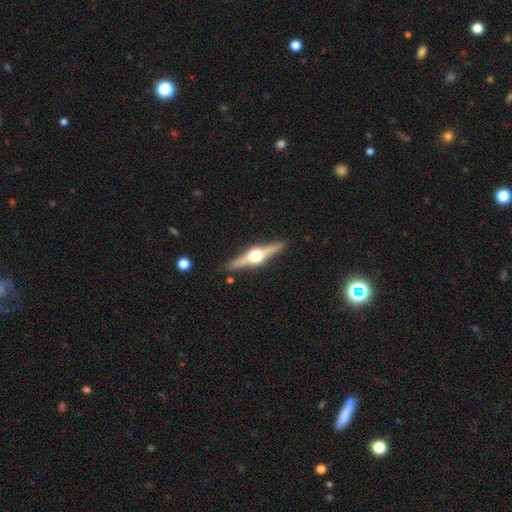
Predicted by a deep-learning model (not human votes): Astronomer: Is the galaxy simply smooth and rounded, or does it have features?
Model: featured or disk — 84%.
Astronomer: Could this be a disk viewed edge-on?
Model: yes — 98%.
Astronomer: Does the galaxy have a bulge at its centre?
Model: rounded — 96%.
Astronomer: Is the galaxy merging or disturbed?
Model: none — 90%.